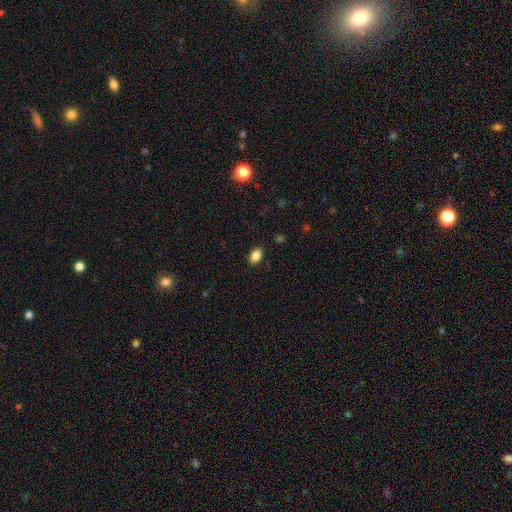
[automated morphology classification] This appears to be a smooth galaxy with no disk features (86%) that is in between round and cigar-shaped (86%). Merging: none (88%).